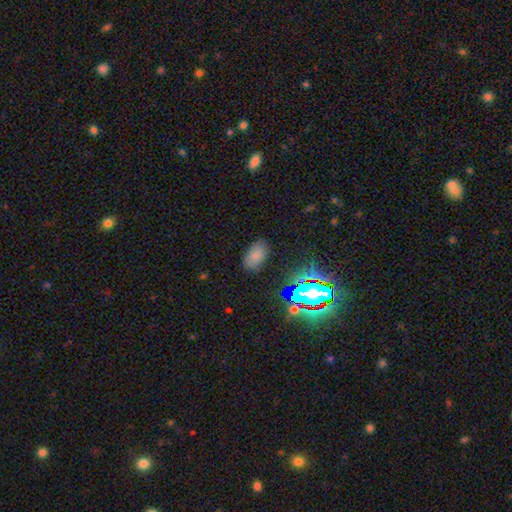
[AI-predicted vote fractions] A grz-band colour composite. It shows a smooth galaxy with no disk features (74%) that is in between round and cigar-shaped (92%). Merging: none (83%).